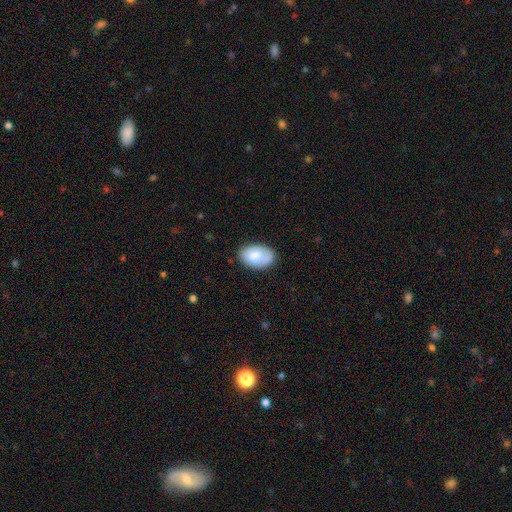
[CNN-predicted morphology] smooth-or-featured: smooth: 78% | featured or disk: 16% | star or artifact: 6%
  how-rounded: in between: 89% | round: 10% | cigar-shaped: 1%
  merging: none: 74% | minor disturbance: 19% | major disturbance: 5% | merger: 3%